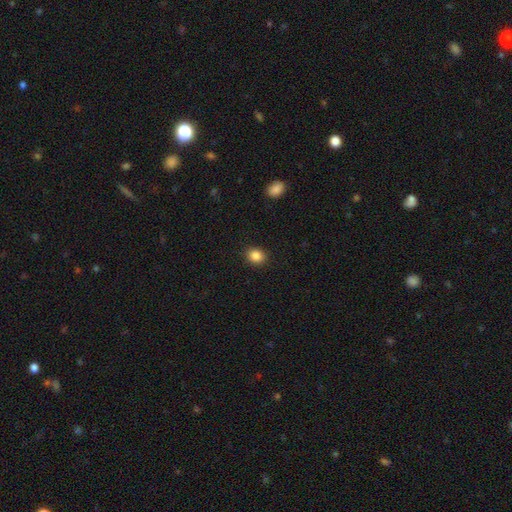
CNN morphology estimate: type=smooth (86%); roundness=round (60%); merging=none (90%).